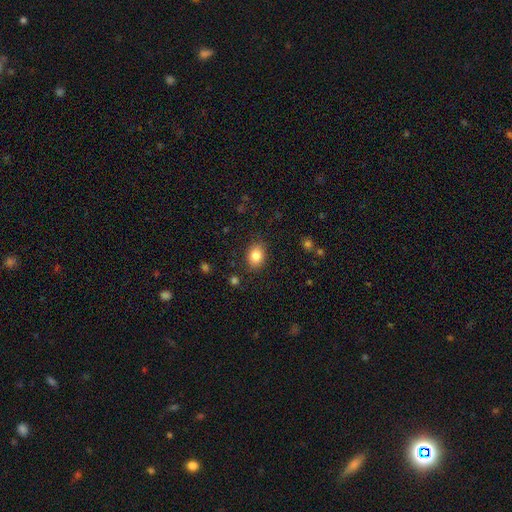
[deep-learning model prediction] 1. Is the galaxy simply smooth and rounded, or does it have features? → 84% smooth, 9% star or artifact, 7% featured or disk.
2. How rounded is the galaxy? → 61% in between, 38% round, 1% cigar-shaped.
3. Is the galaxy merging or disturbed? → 85% none, 11% minor disturbance, 3% major disturbance, 1% merger.